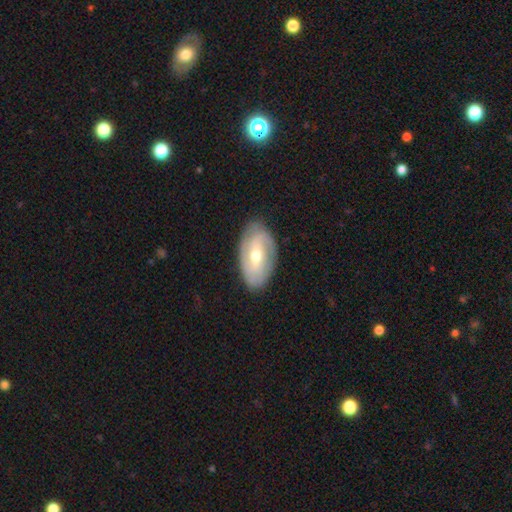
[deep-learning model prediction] smooth-or-featured: featured or disk: 72% | smooth: 23% | star or artifact: 6%
  disk-edge-on: no: 93% | yes: 7%
    bar: weak: 44% | no: 36% | strong: 21%
    has-spiral-arms: yes: 87% | no: 13%
      spiral-winding: tight: 43% | medium: 38% | loose: 19%
      spiral-arm-count: 2: 60% | can't tell: 22% | 3: 10% | 1: 4% | 4: 3% | more than 4: 2%
    bulge-size: moderate: 61% | small: 34% | large: 3% | none: 1% | dominant: 1%
  merging: none: 81% | minor disturbance: 14% | major disturbance: 4% | merger: 1%